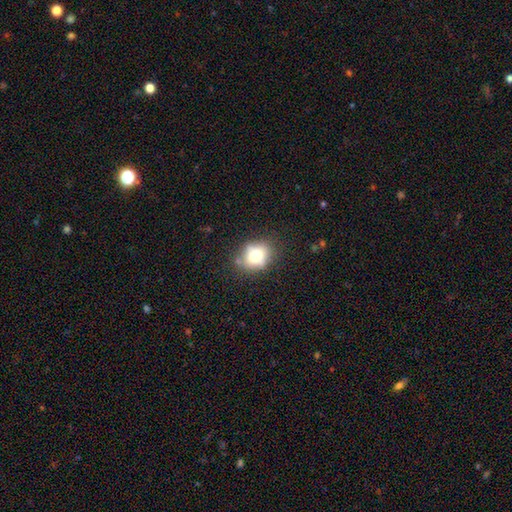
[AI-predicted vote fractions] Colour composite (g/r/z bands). It shows a smooth galaxy with no disk features (73%) that is round (57%). Merging: none (70%).